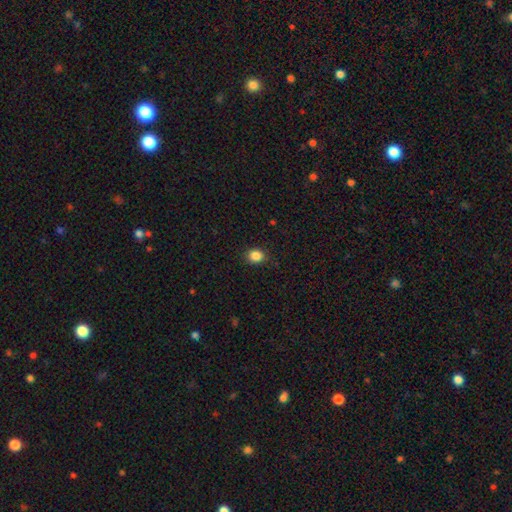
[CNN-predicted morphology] Smooth or featured? smooth (86%)
How rounded? round (67%)
Merging? none (87%)